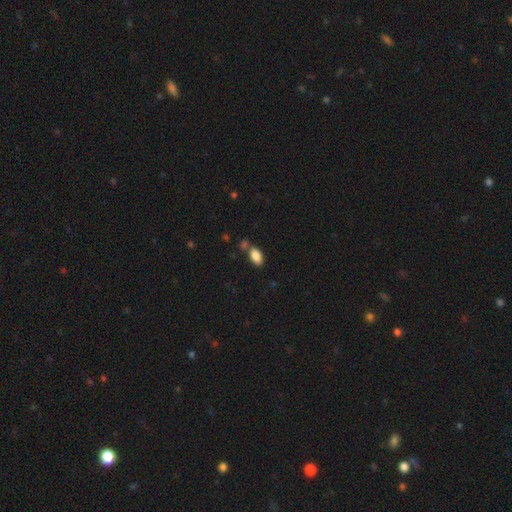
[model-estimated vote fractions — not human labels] smooth_or_featured: smooth (p=0.86) [alt: star or artifact p=0.08]
how_rounded: in between (p=0.93) [alt: round p=0.04]
merging: none (p=0.66) [alt: merger p=0.16]